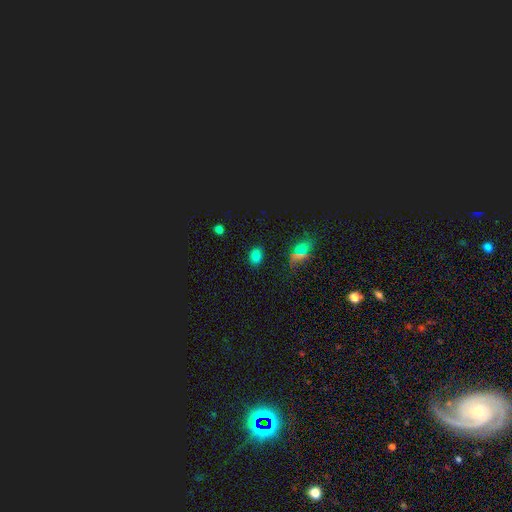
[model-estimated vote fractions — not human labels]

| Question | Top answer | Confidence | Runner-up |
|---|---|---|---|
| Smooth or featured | smooth | 77% | star or artifact (18%) |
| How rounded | in between | 71% | round (27%) |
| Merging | none | 86% | minor disturbance (9%) |